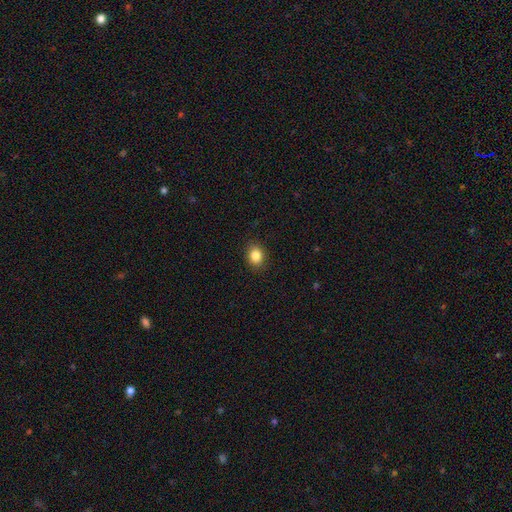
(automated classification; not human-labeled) A smooth galaxy with no disk features (85%) that is round (56%).

Vote fractions:
- Smooth or featured? smooth: 85% / star or artifact: 10% / featured or disk: 5%
- How rounded? round: 56% / in between: 43% / cigar-shaped: 1%
- Merging? none: 90% / minor disturbance: 8% / major disturbance: 2% / merger: 1%